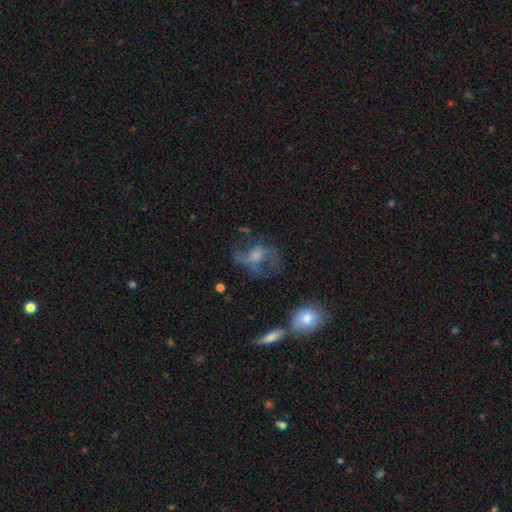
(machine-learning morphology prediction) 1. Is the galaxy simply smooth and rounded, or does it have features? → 56% featured or disk, 31% smooth, 13% star or artifact.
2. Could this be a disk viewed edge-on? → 95% no, 5% yes.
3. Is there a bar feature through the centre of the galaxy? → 65% no, 28% weak, 7% strong.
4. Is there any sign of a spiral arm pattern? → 59% yes, 41% no.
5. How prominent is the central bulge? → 37% moderate, 25% small, 23% none, 14% large, 2% dominant.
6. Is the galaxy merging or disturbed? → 40% none, 36% major disturbance, 19% minor disturbance, 6% merger.